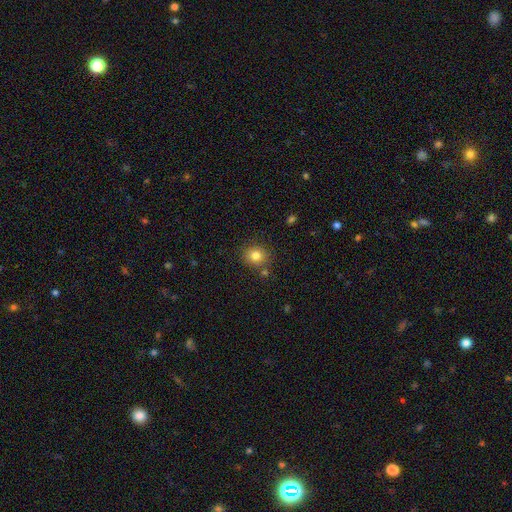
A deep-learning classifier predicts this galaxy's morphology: A smooth galaxy with no disk features (81%) that is round (78%). Merging: none (80%).